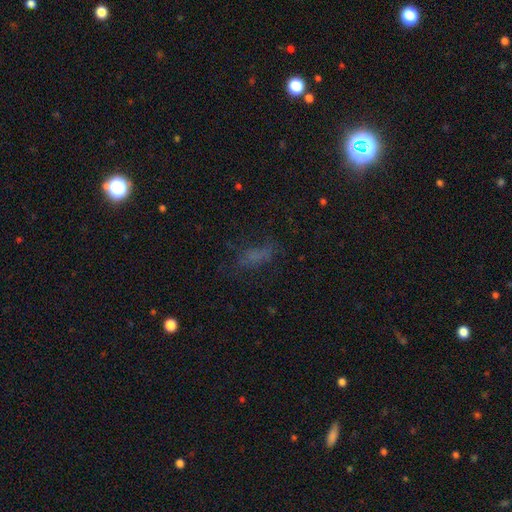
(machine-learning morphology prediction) A smooth galaxy with no disk features (51%) that is in between round and cigar-shaped (59%).

Vote fractions:
- Smooth or featured? smooth: 51% / star or artifact: 29% / featured or disk: 20%
- How rounded? in between: 59% / cigar-shaped: 34% / round: 7%
- Merging? none: 58% / minor disturbance: 21% / major disturbance: 18% / merger: 3%